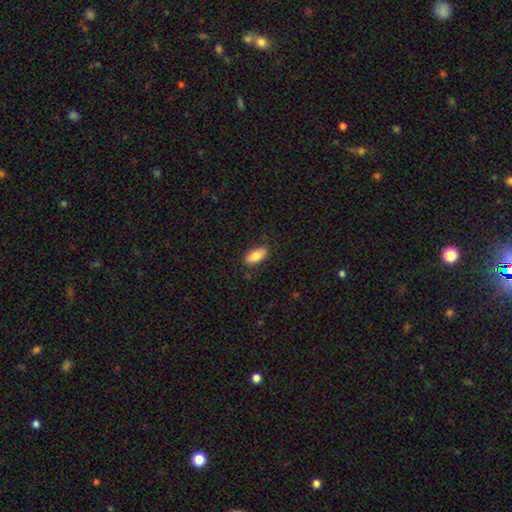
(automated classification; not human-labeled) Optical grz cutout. It shows a smooth galaxy with no disk features (82%) that is in between round and cigar-shaped (87%). Merging: none (85%).